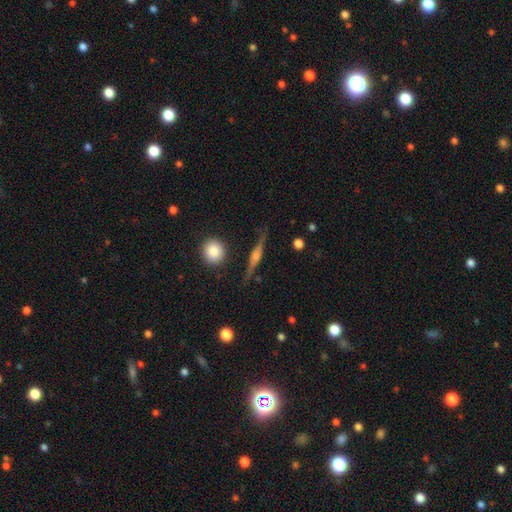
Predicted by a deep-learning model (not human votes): Overall: featured or disk (75%). Edge-on disk: yes (95%). Edge-on bulge: rounded (81%). Merging: none (83%).